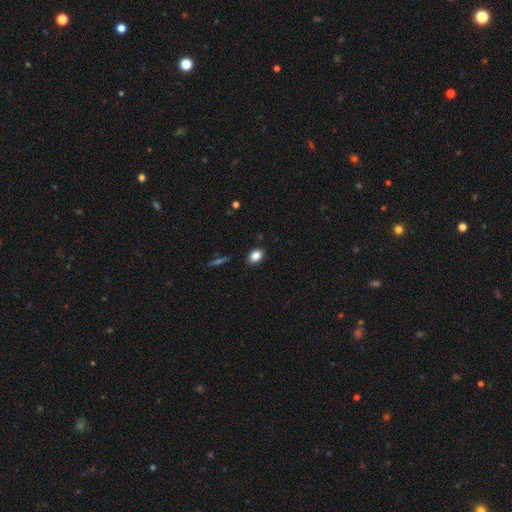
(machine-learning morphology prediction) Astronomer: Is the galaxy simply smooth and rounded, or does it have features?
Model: smooth — 85%.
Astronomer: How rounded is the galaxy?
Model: in between — 75%.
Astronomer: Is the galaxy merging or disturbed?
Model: none — 86%.